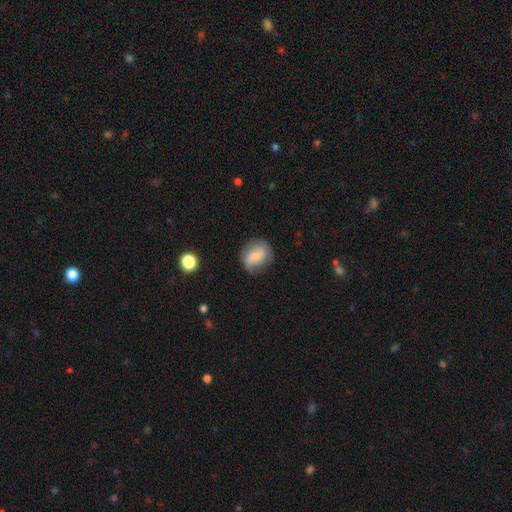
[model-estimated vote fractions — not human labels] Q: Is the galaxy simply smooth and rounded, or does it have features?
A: smooth — 57%.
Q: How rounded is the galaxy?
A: round — 58%.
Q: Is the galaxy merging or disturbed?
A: none — 60%.